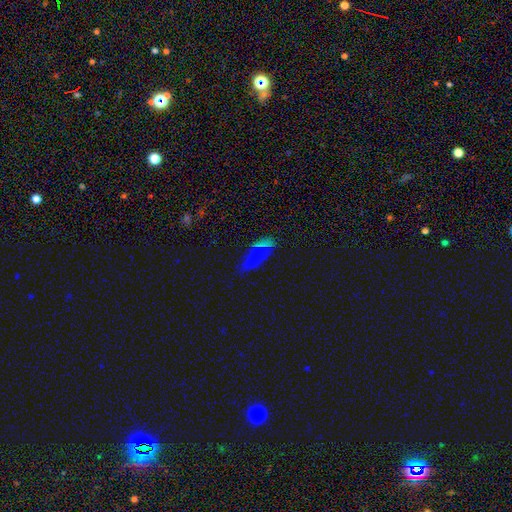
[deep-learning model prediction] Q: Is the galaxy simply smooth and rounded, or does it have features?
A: smooth — 58%.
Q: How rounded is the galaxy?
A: in between — 64%.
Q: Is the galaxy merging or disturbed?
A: none — 67%.